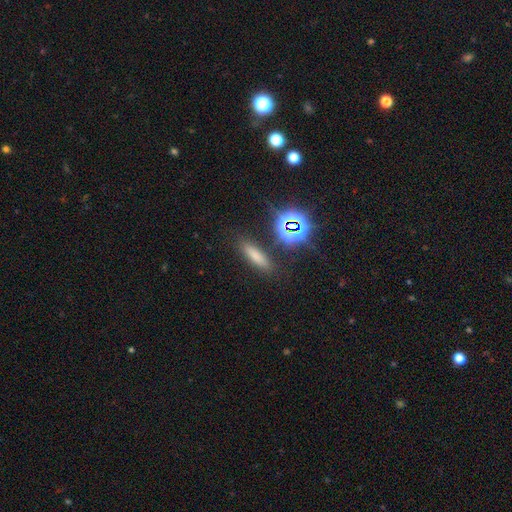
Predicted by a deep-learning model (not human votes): Smooth or featured: smooth — 67% (star or artifact — 23%)
How rounded: cigar-shaped — 66% (in between — 29%)
Merging: none — 85% (minor disturbance — 9%)